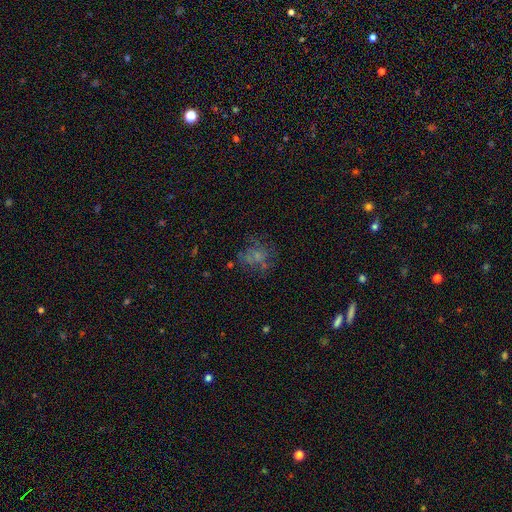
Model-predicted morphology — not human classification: Overall: smooth (45%; featured or disk 34%). Merging: none (52%; major disturbance 22%).